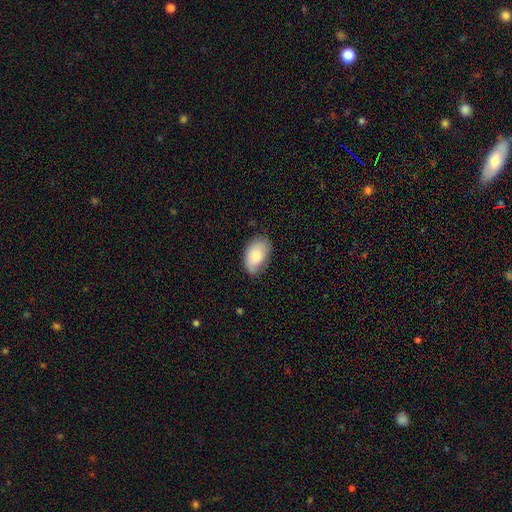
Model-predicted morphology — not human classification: smooth 82%, featured or disk 12%, star or artifact 6%. Down the decision tree: how rounded — in between (93%); merging — none (68%).